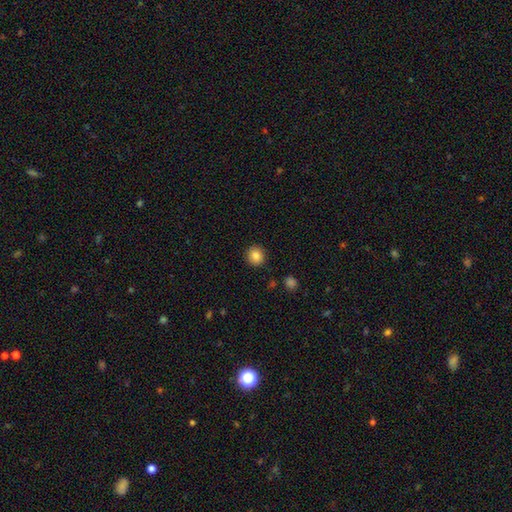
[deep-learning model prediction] Smooth or featured? smooth (85%)
How rounded? round (91%)
Merging? none (91%)